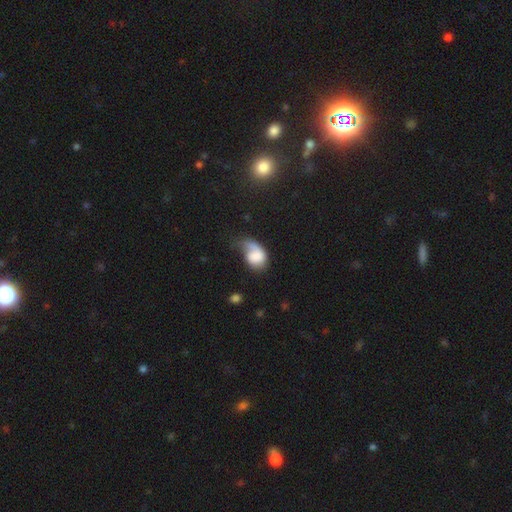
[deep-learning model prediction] Smooth or featured? smooth (56%)
How rounded? in between (75%)
Merging? major disturbance (44%)